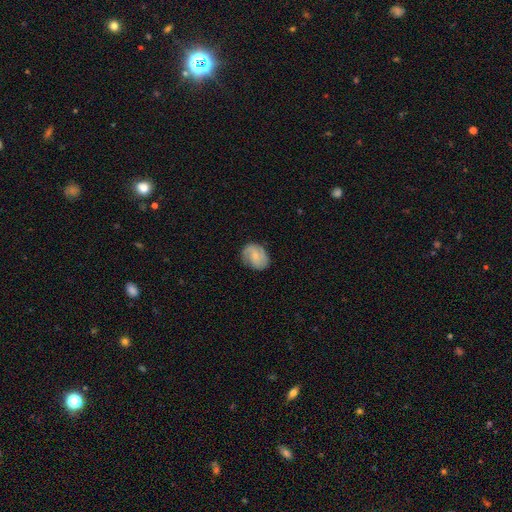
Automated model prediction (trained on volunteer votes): Morphology: type=featured or disk (62%); edge-on=no (98%); bar=no (61%); spiral arms=yes (93%); winding=medium (43%); arm count=2 (61%); bulge=small (59%); merging=none (75%).